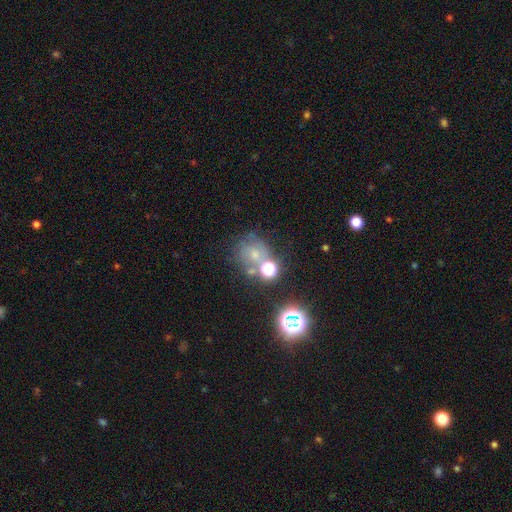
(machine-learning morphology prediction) type=smooth (42%); merging=none (50%).